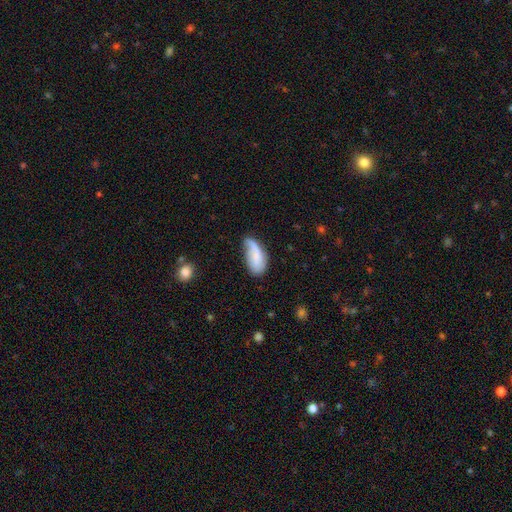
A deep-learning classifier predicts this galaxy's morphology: This is possibly a smooth galaxy (58%). How rounded: clearly in between (90%). Merging: marginally none (38%).